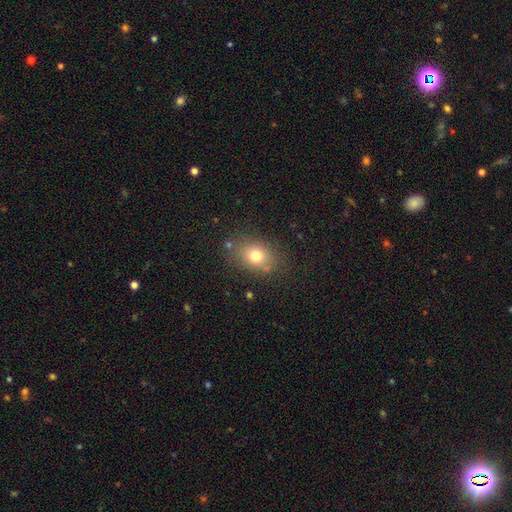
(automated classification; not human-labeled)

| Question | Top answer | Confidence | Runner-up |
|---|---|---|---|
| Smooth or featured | smooth | 76% | star or artifact (13%) |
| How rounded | in between | 61% | round (37%) |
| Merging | none | 78% | minor disturbance (13%) |